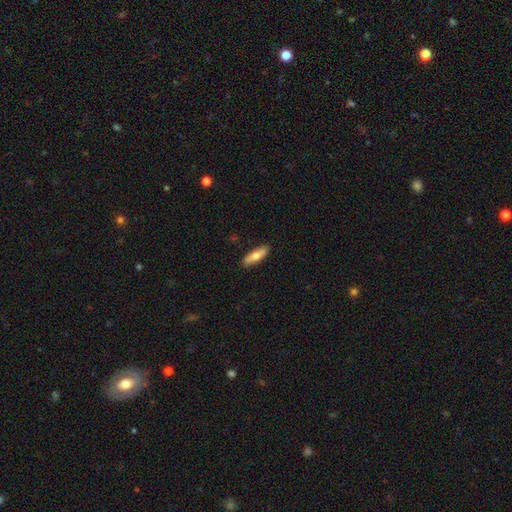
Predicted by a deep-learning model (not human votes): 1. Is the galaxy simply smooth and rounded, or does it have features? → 65% smooth, 30% featured or disk, 6% star or artifact.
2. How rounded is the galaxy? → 59% cigar-shaped, 39% in between, 2% round.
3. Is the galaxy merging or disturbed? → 88% none, 9% minor disturbance, 2% major disturbance, 1% merger.